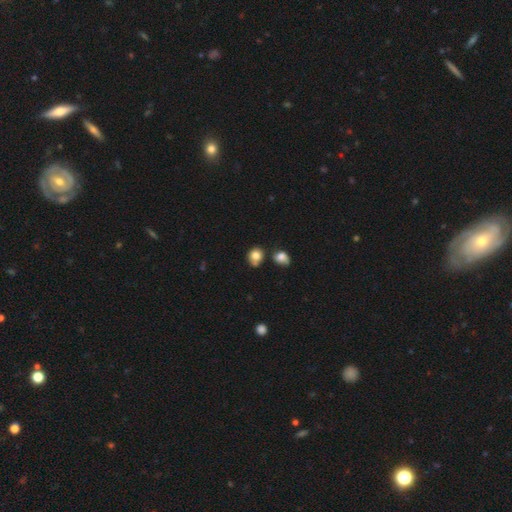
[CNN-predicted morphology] A smooth galaxy with no disk features (81%) that is round (69%).

Vote fractions:
- Smooth or featured? smooth: 81% / star or artifact: 10% / featured or disk: 9%
- How rounded? round: 69% / in between: 30% / cigar-shaped: 1%
- Merging? none: 54% / minor disturbance: 23% / merger: 16% / major disturbance: 6%